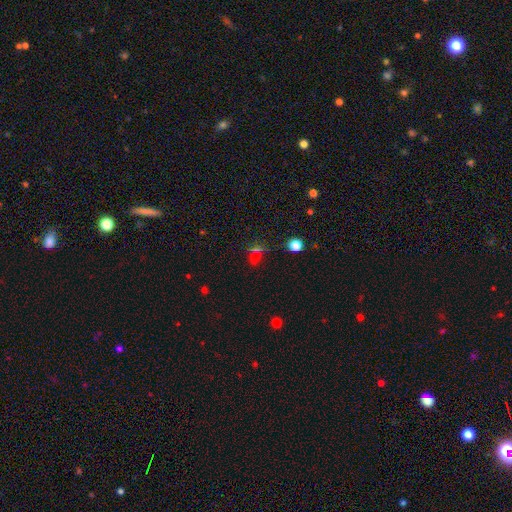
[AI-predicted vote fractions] smooth-or-featured: star or artifact: 48% | smooth: 40% | featured or disk: 12%